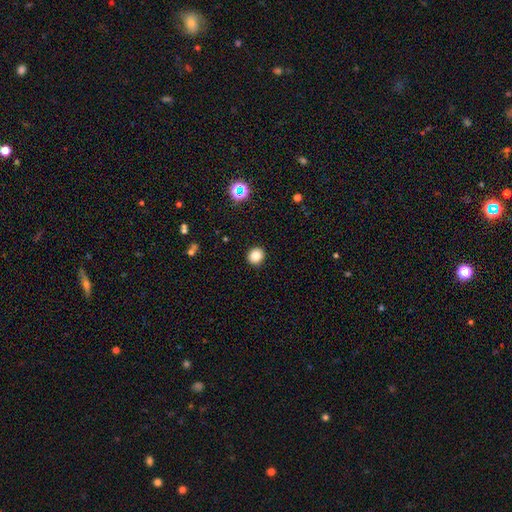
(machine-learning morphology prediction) This appears to be a smooth galaxy with no disk features (82%) that is round (87%). Merging: none (92%).